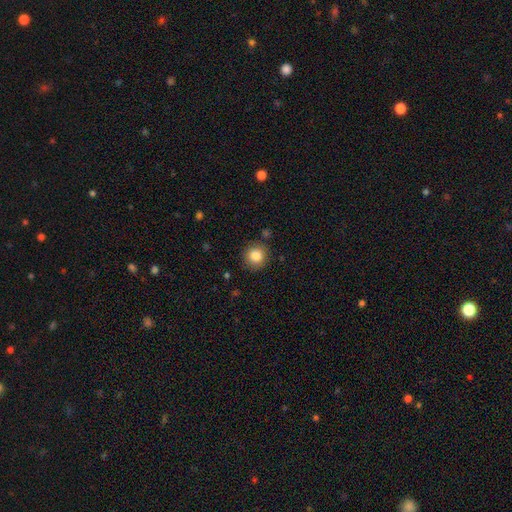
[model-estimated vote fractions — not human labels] Smooth or featured? smooth (84%)
How rounded? round (92%)
Merging? none (88%)